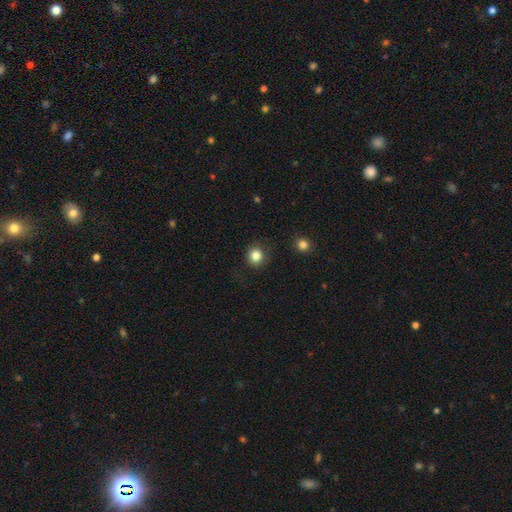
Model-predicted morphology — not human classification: Smooth or featured: smooth — 84% (star or artifact — 11%)
How rounded: round — 87% (in between — 12%)
Merging: none — 85% (minor disturbance — 10%)